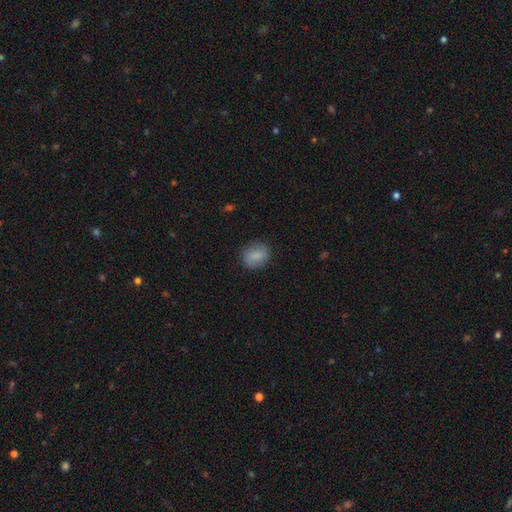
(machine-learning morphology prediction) smooth-or-featured: smooth: 85% | star or artifact: 8% | featured or disk: 7%
  how-rounded: round: 52% | in between: 47% | cigar-shaped: 1%
  merging: none: 84% | minor disturbance: 12% | major disturbance: 3% | merger: 1%